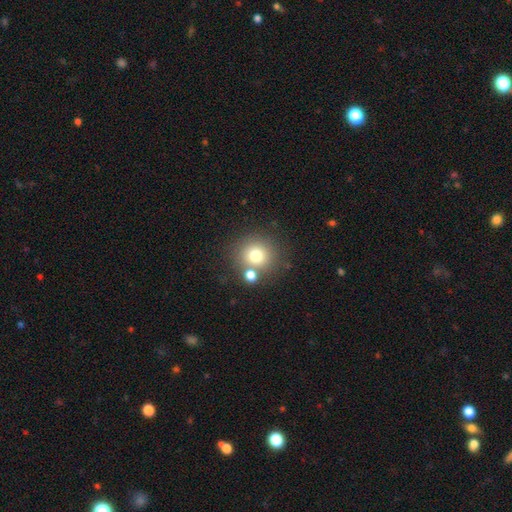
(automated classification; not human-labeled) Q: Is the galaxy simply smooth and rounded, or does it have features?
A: smooth — 75%.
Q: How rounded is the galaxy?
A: round — 90%.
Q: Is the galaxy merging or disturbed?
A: none — 70%.